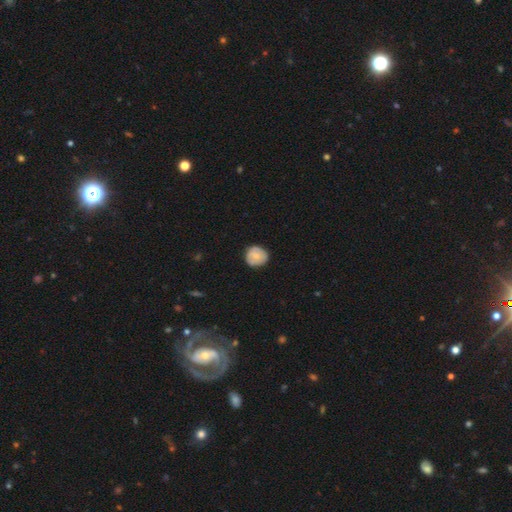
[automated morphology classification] Smooth or featured? Predicted: smooth (p=0.72). How rounded? Predicted: round (p=0.89). Merging? Predicted: none (p=0.81).